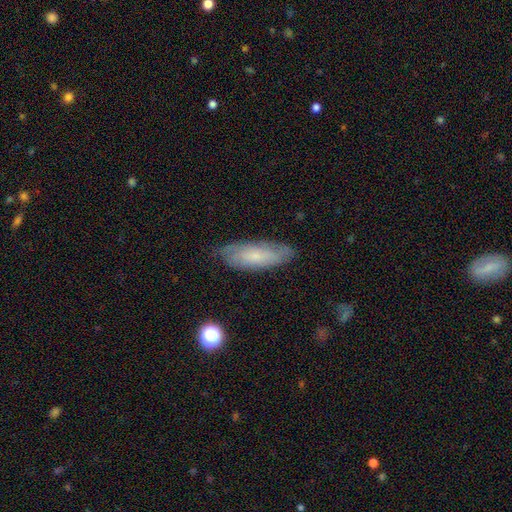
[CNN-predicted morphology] A smooth galaxy with no disk features (51%) that is in between round and cigar-shaped (63%). Merging: none (73%).